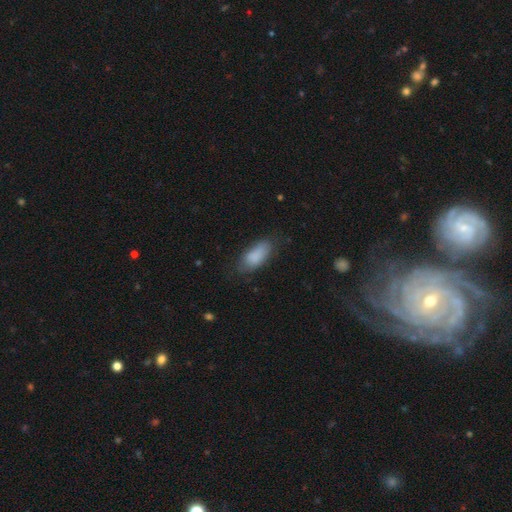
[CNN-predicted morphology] A smooth galaxy with no disk features (85%) that is in between round and cigar-shaped (88%).

Vote fractions:
- Smooth or featured? smooth: 85% / featured or disk: 8% / star or artifact: 7%
- How rounded? in between: 88% / cigar-shaped: 9% / round: 3%
- Merging? none: 67% / minor disturbance: 23% / major disturbance: 7% / merger: 2%